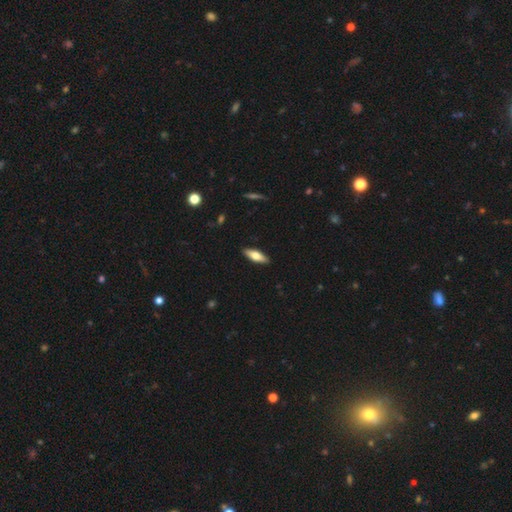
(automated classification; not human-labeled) Smooth or featured? Predicted: smooth (p=0.65). How rounded? Predicted: in between (p=0.57). Merging? Predicted: none (p=0.90).